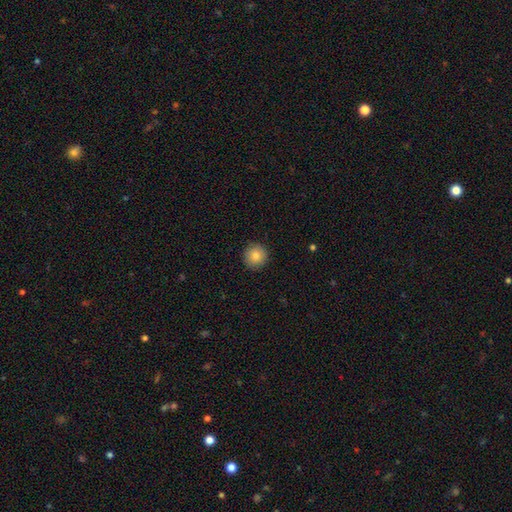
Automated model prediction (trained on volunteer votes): A smooth galaxy with no disk features (84%) that is round (95%). Merging: none (92%).